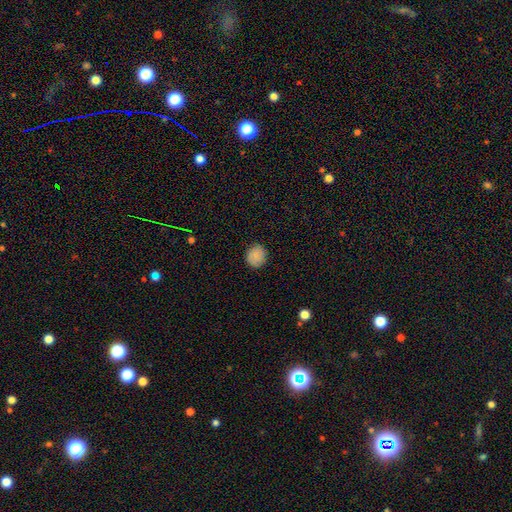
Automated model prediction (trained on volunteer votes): Overall: smooth (85%). How rounded: round (86%). Merging: none (87%).